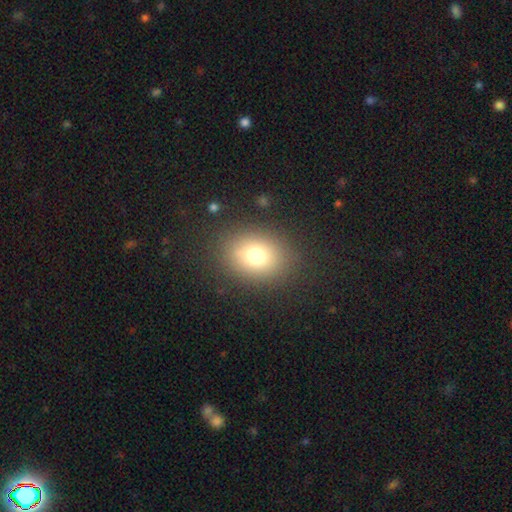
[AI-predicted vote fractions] Smooth or featured?
  - smooth: 74% *
  - star or artifact: 15%
  - featured or disk: 11%
How rounded?
  - in between: 51% *
  - round: 48%
  - cigar-shaped: 1%
Merging?
  - none: 84% *
  - minor disturbance: 10%
  - major disturbance: 5%
  - merger: 1%